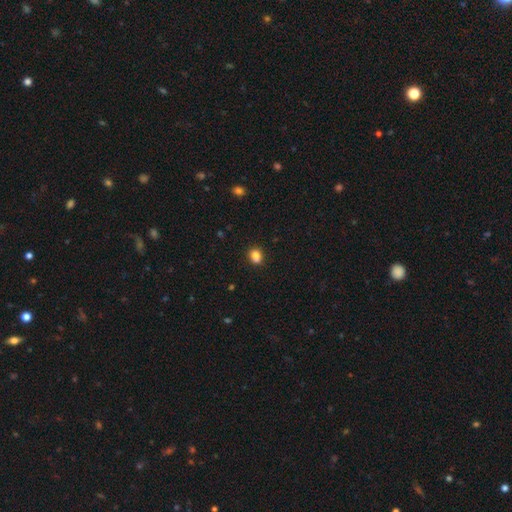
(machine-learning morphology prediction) Smooth or featured? smooth (80%)
How rounded? round (61%)
Merging? none (59%)